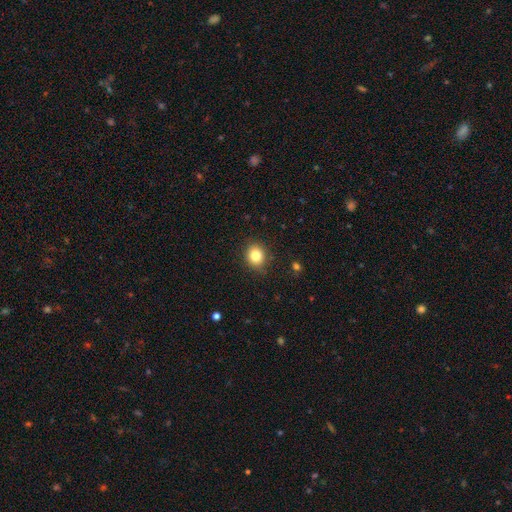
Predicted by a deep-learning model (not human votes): smooth-or-featured: smooth: 82% | star or artifact: 11% | featured or disk: 7%
  how-rounded: round: 72% | in between: 27% | cigar-shaped: 1%
  merging: none: 87% | minor disturbance: 10% | major disturbance: 2% | merger: 1%